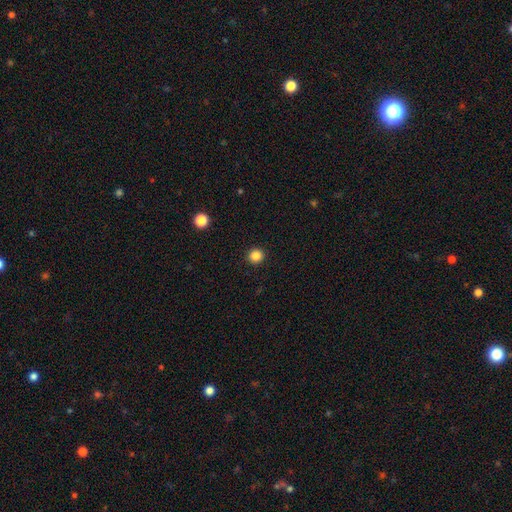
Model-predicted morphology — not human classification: smooth_or_featured: smooth (p=0.85) [alt: star or artifact p=0.12]
how_rounded: round (p=0.93) [alt: in between p=0.06]
merging: none (p=0.93) [alt: minor disturbance p=0.04]